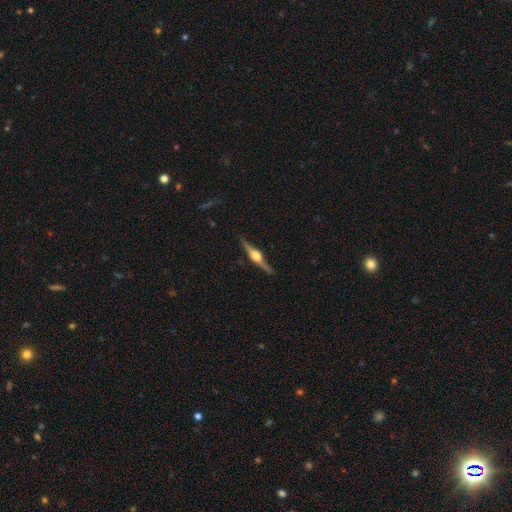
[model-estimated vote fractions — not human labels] smooth-or-featured: featured or disk: 85% | smooth: 10% | star or artifact: 5%
  disk-edge-on: yes: 98% | no: 2%
    edge-on-bulge: rounded: 93% | boxy: 5% | none: 1%
  merging: none: 89% | minor disturbance: 8% | major disturbance: 2% | merger: 1%